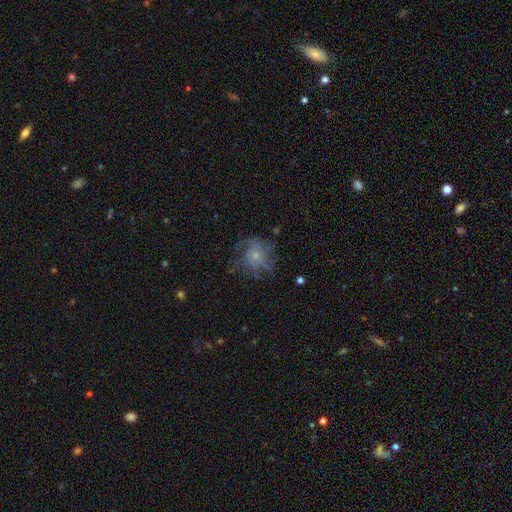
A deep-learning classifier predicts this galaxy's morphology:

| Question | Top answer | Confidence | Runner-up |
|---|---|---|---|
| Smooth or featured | featured or disk | 52% | smooth (35%) |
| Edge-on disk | no | 97% | yes (3%) |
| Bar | no | 83% | weak (15%) |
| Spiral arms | yes | 65% | no (35%) |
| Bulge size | small | 66% | moderate (26%) |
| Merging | none | 53% | major disturbance (24%) |